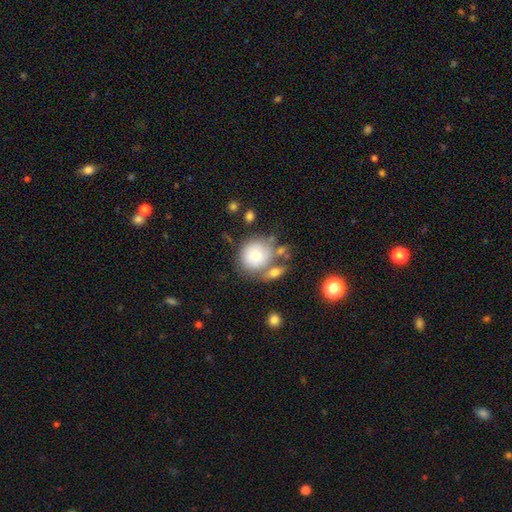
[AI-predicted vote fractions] Morphology: type=smooth (74%); roundness=round (85%); merging=none (51%).